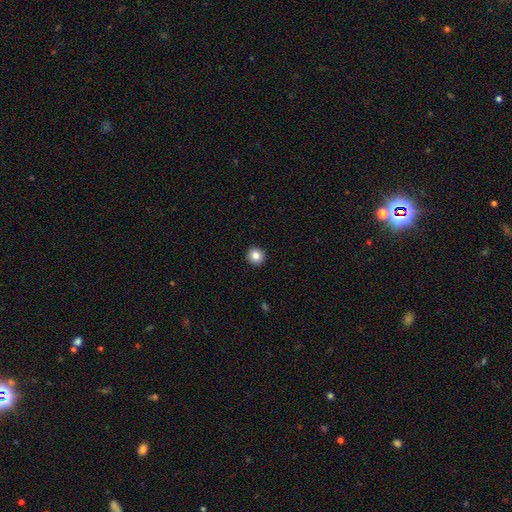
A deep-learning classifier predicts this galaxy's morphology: Smooth or featured: smooth — 85% (star or artifact — 10%)
How rounded: round — 95% (in between — 4%)
Merging: none — 94% (minor disturbance — 4%)